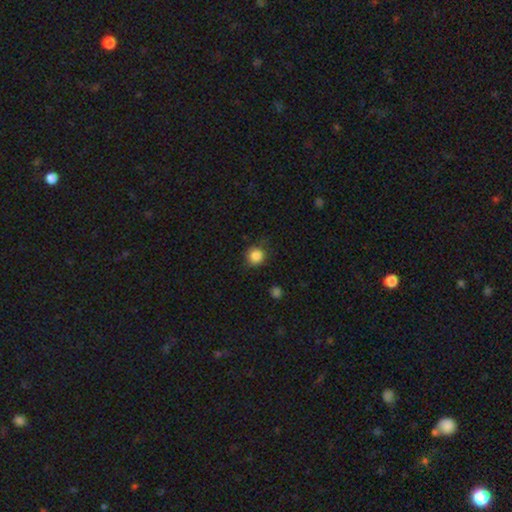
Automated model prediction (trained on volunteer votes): smooth 85%, star or artifact 10%, featured or disk 4%. Down the decision tree: how rounded — round (91%); merging — none (80%).